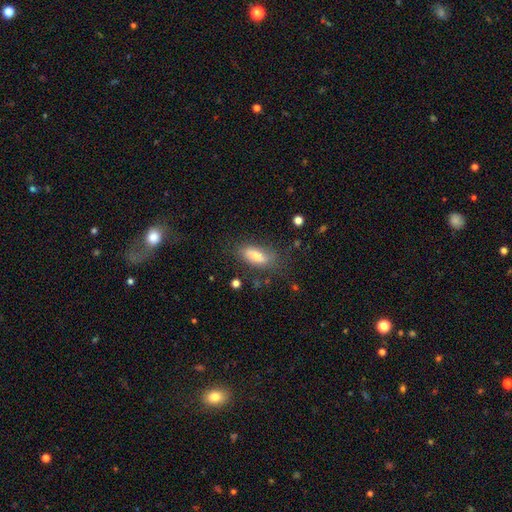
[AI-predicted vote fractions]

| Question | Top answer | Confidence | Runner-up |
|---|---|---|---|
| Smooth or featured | smooth | 67% | featured or disk (24%) |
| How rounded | in between | 79% | cigar-shaped (18%) |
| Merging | none | 67% | minor disturbance (22%) |